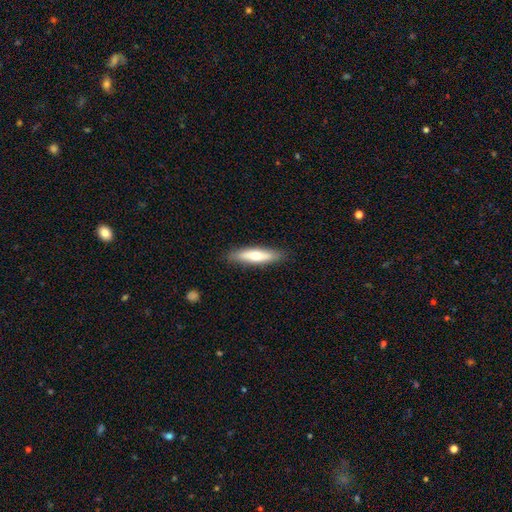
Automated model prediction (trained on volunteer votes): Smooth or featured?
  - smooth: 66% *
  - featured or disk: 28%
  - star or artifact: 6%
How rounded?
  - cigar-shaped: 75% *
  - in between: 23%
  - round: 2%
Merging?
  - none: 87% *
  - minor disturbance: 10%
  - major disturbance: 2%
  - merger: 1%